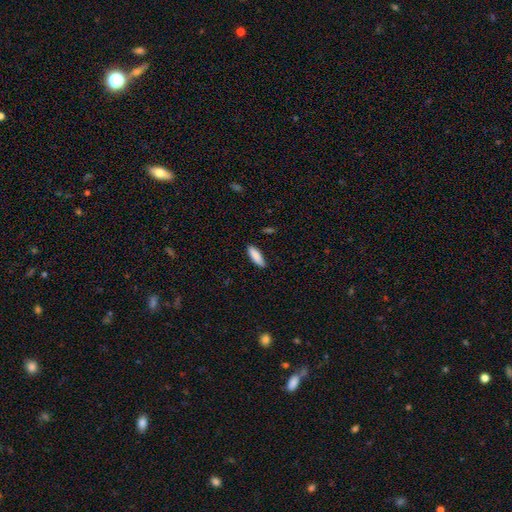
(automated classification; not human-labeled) Morphology: type=smooth (88%); roundness=in between (54%); merging=none (84%).